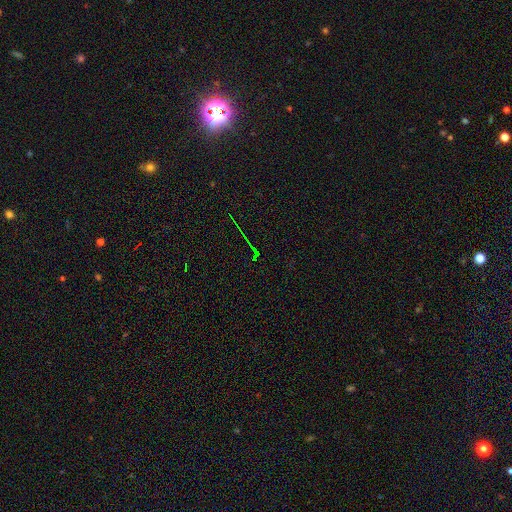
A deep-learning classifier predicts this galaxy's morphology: Q: Smooth or featured?
A: star or artifact (80%); runner-up: featured or disk (11%)